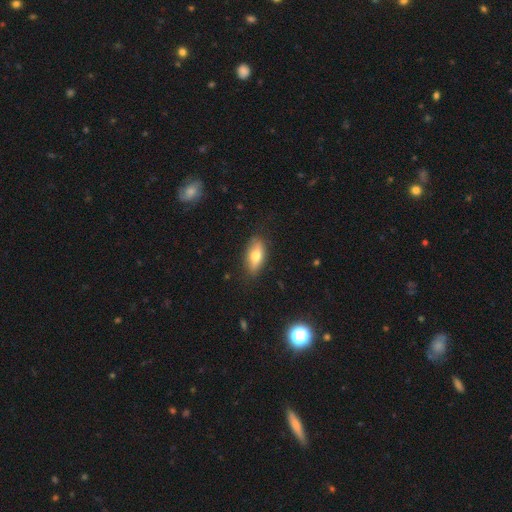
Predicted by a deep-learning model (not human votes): This is likely a smooth galaxy (66%). How rounded: clearly in between (81%). Merging: clearly none (81%).